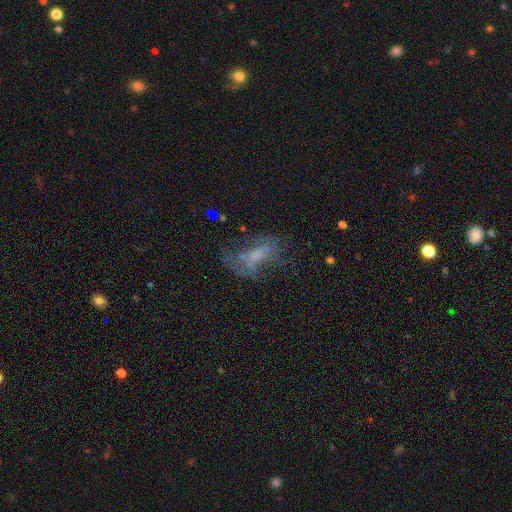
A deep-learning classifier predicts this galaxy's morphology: smooth_or_featured: featured or disk (p=0.52) [alt: smooth p=0.31]
disk_edge_on: no (p=0.93) [alt: yes p=0.07]
merging: none (p=0.37) [alt: major disturbance p=0.36]